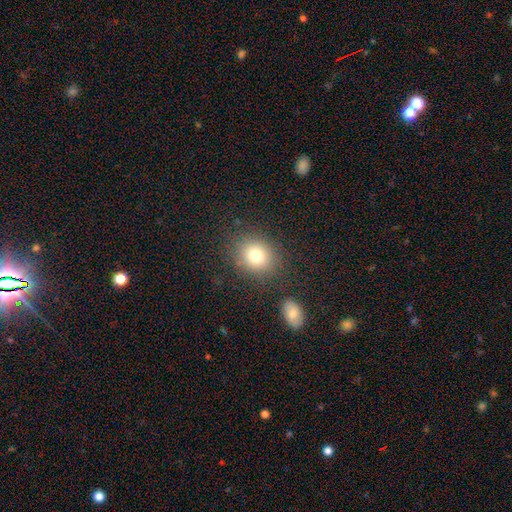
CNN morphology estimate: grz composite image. It shows a smooth galaxy with no disk features (78%) that is round (67%). Merging: none (82%).